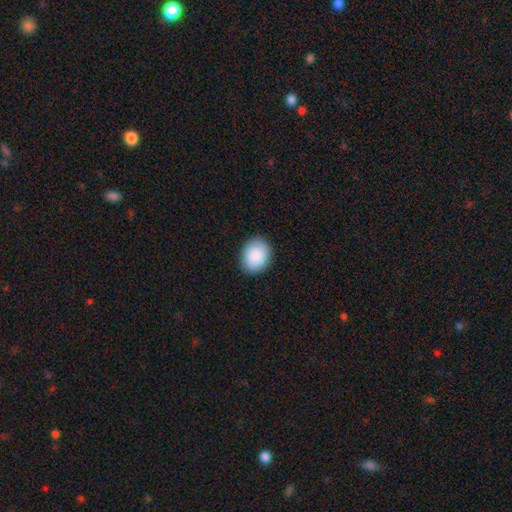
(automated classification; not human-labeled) The model was most divided on "how rounded": round: 51%, in between: 48%, cigar-shaped: 1%. More confident: smooth or featured — smooth (89%); merging — none (89%).